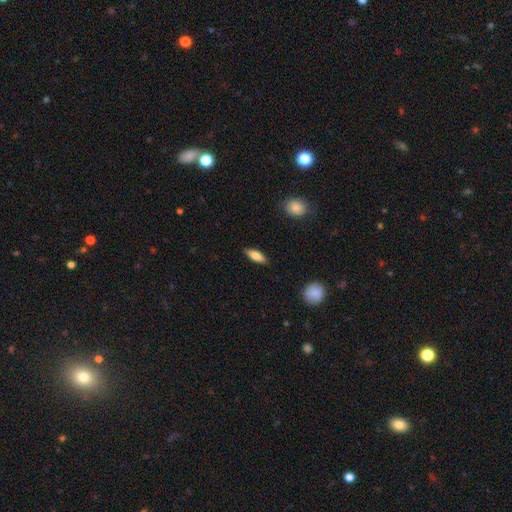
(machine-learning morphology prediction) This is likely a smooth galaxy (77%). How rounded: likely in between (62%). Merging: clearly none (88%).